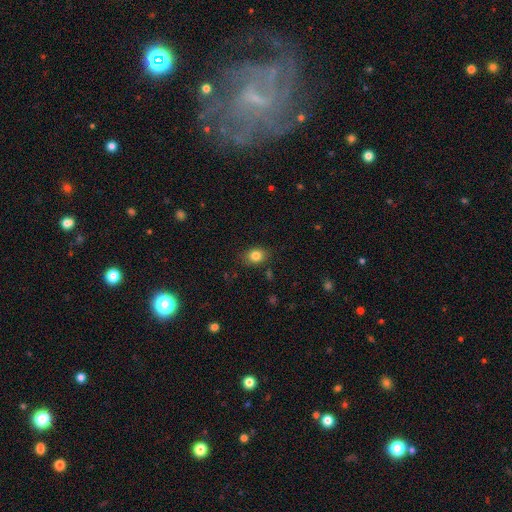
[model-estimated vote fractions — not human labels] Q: Smooth or featured?
A: smooth (82%); runner-up: star or artifact (10%)
Q: How rounded?
A: in between (57%); runner-up: round (42%)
Q: Merging?
A: none (83%); runner-up: minor disturbance (12%)